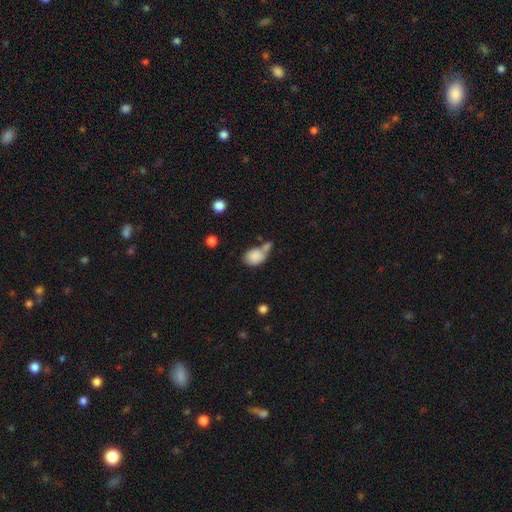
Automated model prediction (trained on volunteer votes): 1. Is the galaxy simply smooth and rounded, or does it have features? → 83% smooth, 9% featured or disk, 8% star or artifact.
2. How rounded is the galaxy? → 60% in between, 38% round, 1% cigar-shaped.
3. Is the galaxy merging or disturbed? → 42% merger, 32% none, 17% minor disturbance, 8% major disturbance.